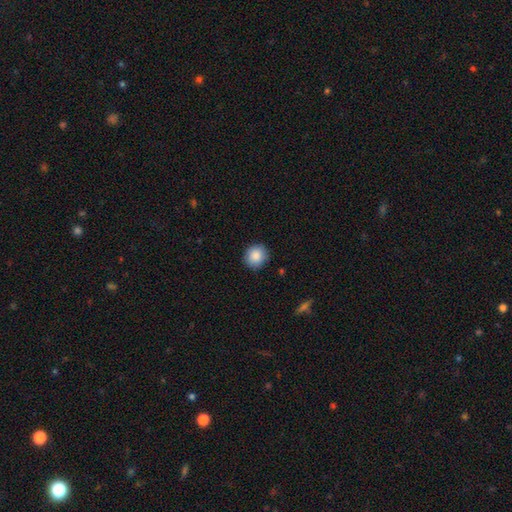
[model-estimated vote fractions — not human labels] A smooth galaxy with no disk features (88%) that is round (85%).

Vote fractions:
- Smooth or featured? smooth: 88% / star or artifact: 8% / featured or disk: 4%
- How rounded? round: 85% / in between: 14% / cigar-shaped: 1%
- Merging? none: 88% / minor disturbance: 9% / major disturbance: 2% / merger: 1%